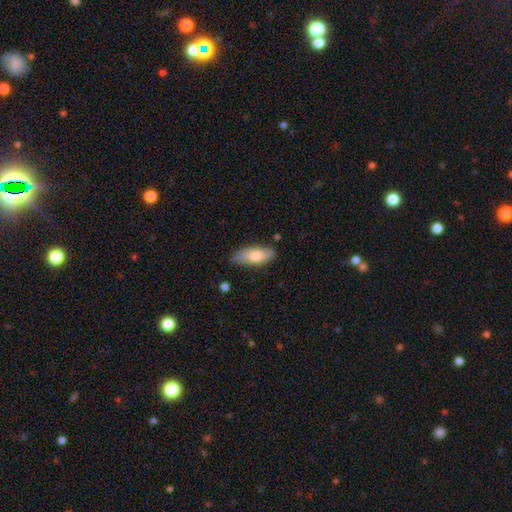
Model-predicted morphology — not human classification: The model was most divided on "merging": none: 73%, minor disturbance: 21%, major disturbance: 4%, merger: 2%. More confident: how rounded — in between (78%); smooth or featured — smooth (73%).